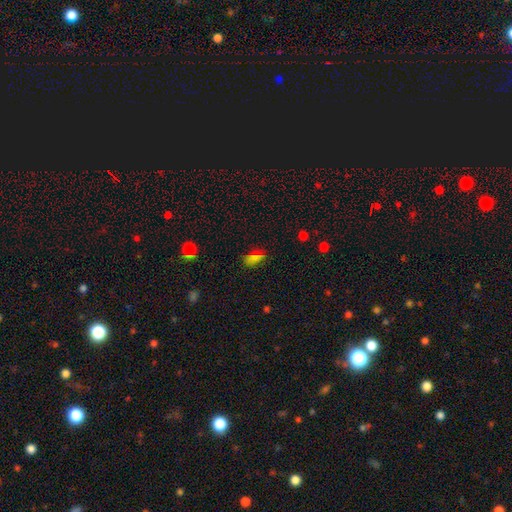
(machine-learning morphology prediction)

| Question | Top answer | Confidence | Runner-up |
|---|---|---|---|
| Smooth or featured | smooth | 65% | star or artifact (28%) |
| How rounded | in between | 86% | round (8%) |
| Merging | none | 78% | minor disturbance (15%) |